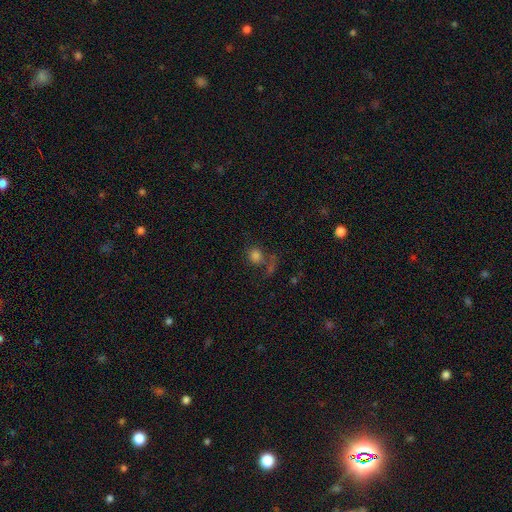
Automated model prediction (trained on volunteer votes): Smooth or featured? smooth (75%)
How rounded? round (82%)
Merging? none (48%)